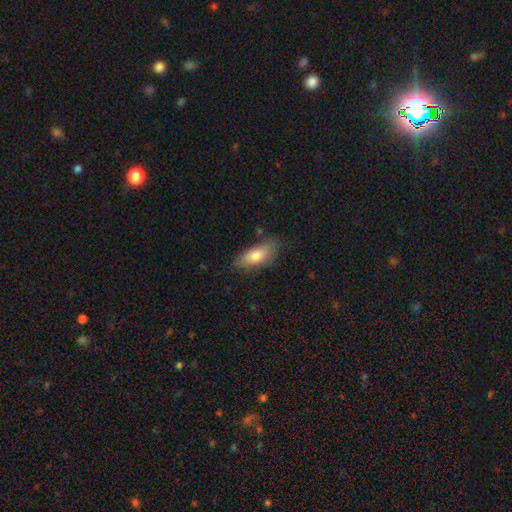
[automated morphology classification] A smooth galaxy with no disk features (78%) that is in between round and cigar-shaped (77%). Merging: none (72%).